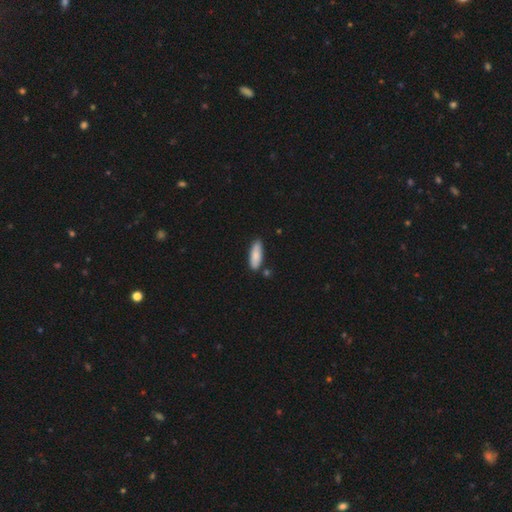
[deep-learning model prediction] smooth_or_featured: smooth (p=0.86) [alt: featured or disk p=0.08]
how_rounded: in between (p=0.58) [alt: cigar-shaped p=0.41]
merging: none (p=0.81) [alt: minor disturbance p=0.13]